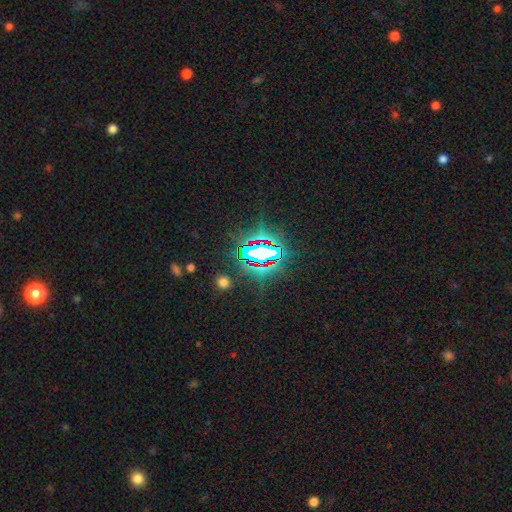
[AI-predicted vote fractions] A star or artifact, not a galaxy (81%).